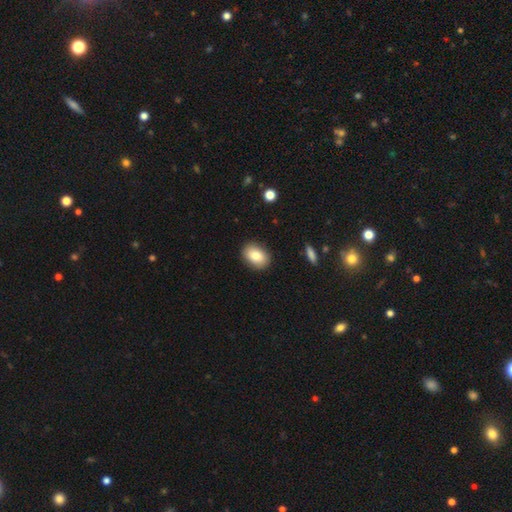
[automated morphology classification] Overall: smooth (83%). How rounded: in between (81%). Merging: none (88%).